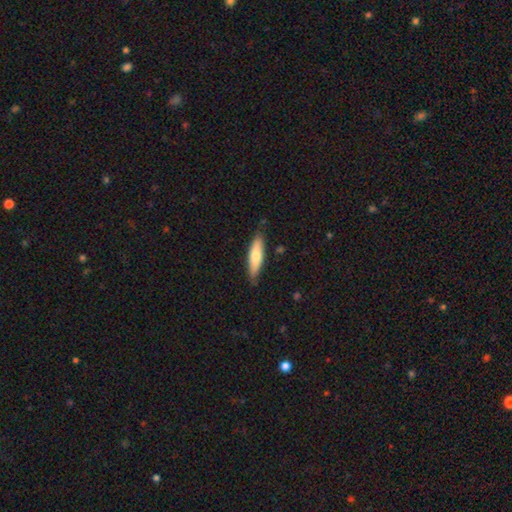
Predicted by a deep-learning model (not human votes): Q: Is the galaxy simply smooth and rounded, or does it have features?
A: smooth — 67%.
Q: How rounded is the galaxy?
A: cigar-shaped — 65%.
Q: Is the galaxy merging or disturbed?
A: none — 82%.